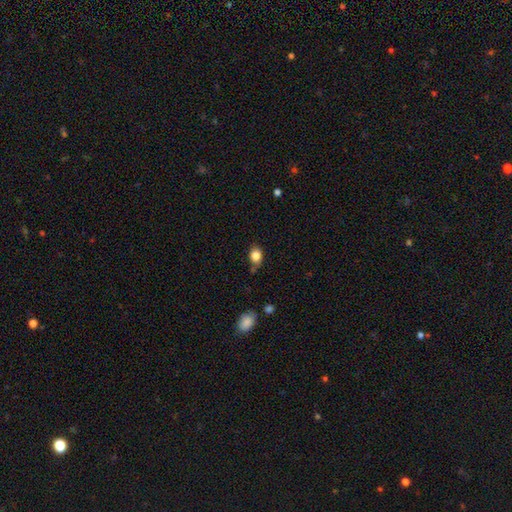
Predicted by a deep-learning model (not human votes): Q: Smooth or featured?
A: smooth (84%); runner-up: star or artifact (9%)
Q: How rounded?
A: in between (60%); runner-up: round (39%)
Q: Merging?
A: none (70%); runner-up: minor disturbance (22%)